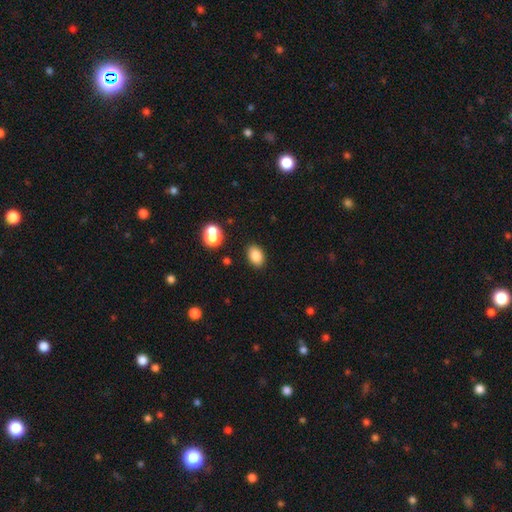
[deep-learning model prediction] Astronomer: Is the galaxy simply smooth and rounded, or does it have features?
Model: smooth — 85%.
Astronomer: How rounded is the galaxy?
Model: in between — 81%.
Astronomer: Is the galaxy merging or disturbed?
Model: none — 86%.